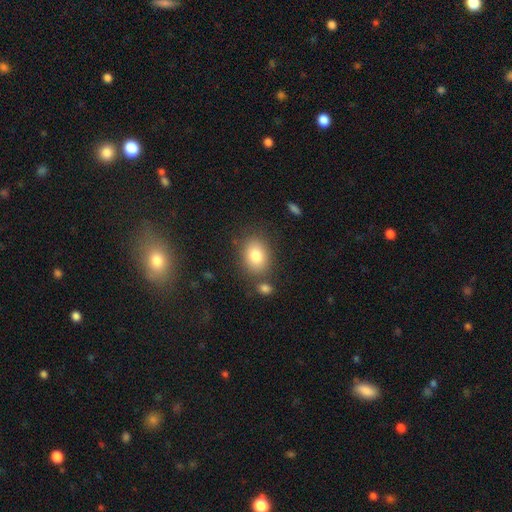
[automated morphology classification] Smooth or featured?
  - smooth: 81% *
  - featured or disk: 10%
  - star or artifact: 9%
How rounded?
  - in between: 66% *
  - round: 33%
  - cigar-shaped: 1%
Merging?
  - none: 76% *
  - minor disturbance: 12%
  - merger: 8%
  - major disturbance: 4%